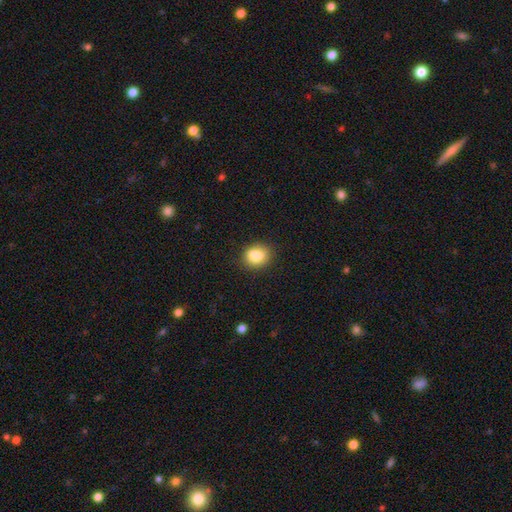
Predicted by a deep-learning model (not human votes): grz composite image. It shows a smooth galaxy with no disk features (84%) that is round (59%). Merging: none (80%).